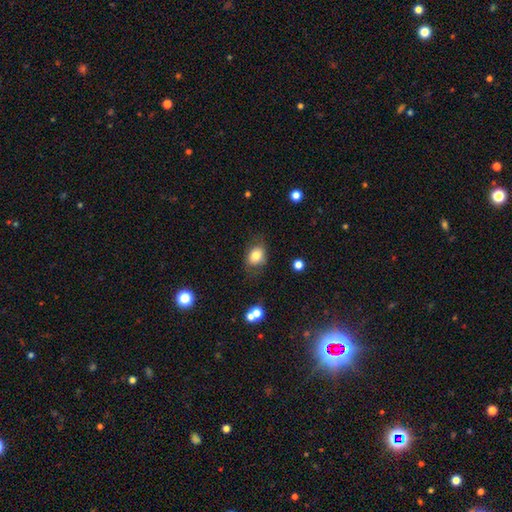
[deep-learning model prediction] Overall: smooth (79%). How rounded: in between (59%; round 40%). Merging: none (67%).